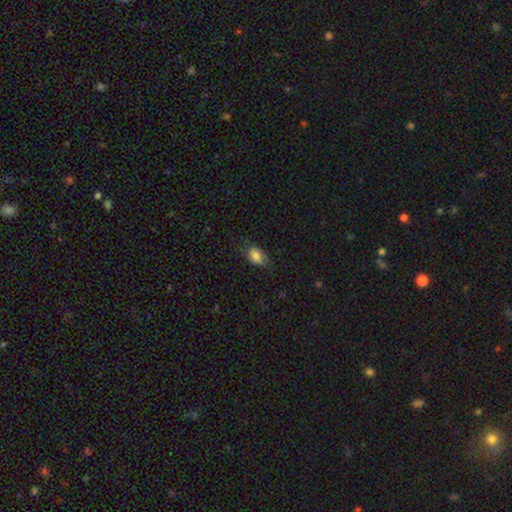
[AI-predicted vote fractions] A smooth galaxy with no disk features (76%) that is in between round and cigar-shaped (89%).

Vote fractions:
- Smooth or featured? smooth: 76% / featured or disk: 15% / star or artifact: 9%
- How rounded? in between: 89% / round: 9% / cigar-shaped: 3%
- Merging? none: 59% / minor disturbance: 28% / major disturbance: 11% / merger: 1%